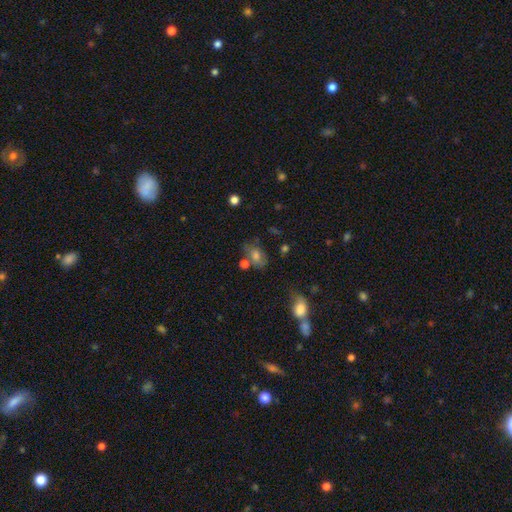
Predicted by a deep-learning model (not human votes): This is likely a smooth galaxy (61%). How rounded: likely in between (76%). Merging: possibly none (51%).